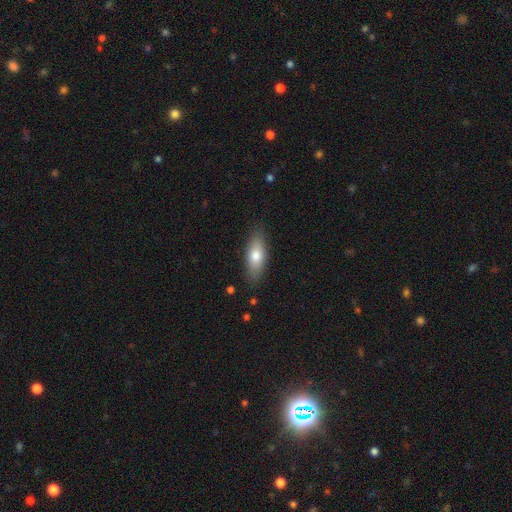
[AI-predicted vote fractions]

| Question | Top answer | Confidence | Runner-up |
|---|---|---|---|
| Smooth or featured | smooth | 74% | featured or disk (20%) |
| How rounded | in between | 72% | cigar-shaped (25%) |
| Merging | none | 85% | minor disturbance (11%) |